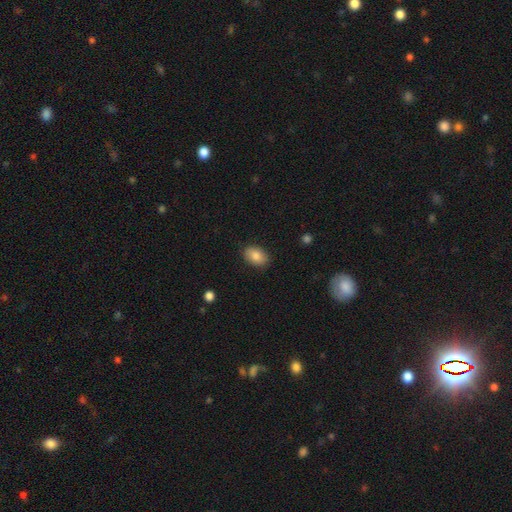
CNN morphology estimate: A smooth galaxy with no disk features (85%) that is in between round and cigar-shaped (83%).

Vote fractions:
- Smooth or featured? smooth: 85% / featured or disk: 8% / star or artifact: 7%
- How rounded? in between: 83% / round: 16% / cigar-shaped: 1%
- Merging? none: 87% / minor disturbance: 9% / major disturbance: 2% / merger: 1%